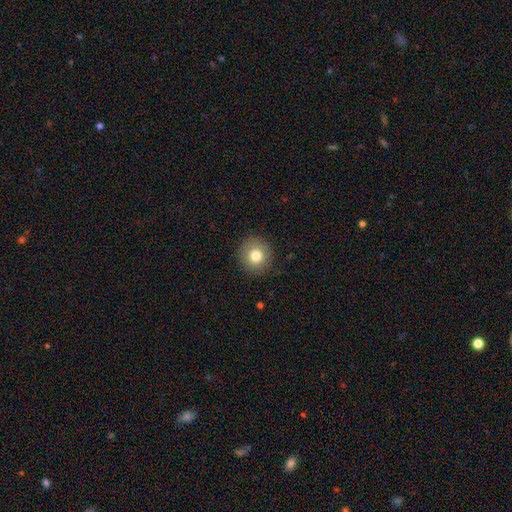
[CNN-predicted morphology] smooth 80%, star or artifact 10%, featured or disk 10%. Down the decision tree: how rounded — round (92%); merging — none (89%).